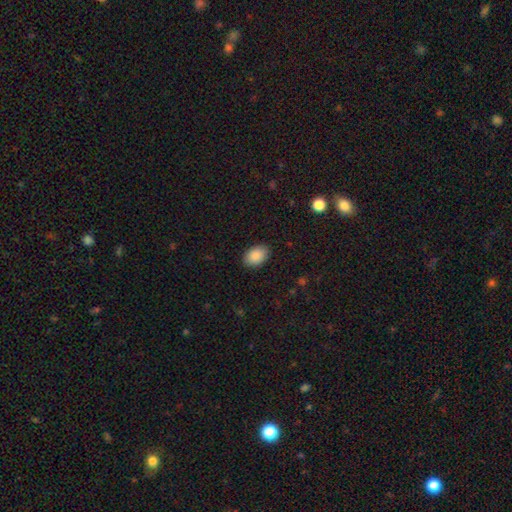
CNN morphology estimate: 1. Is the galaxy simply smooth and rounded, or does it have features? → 89% smooth, 7% star or artifact, 4% featured or disk.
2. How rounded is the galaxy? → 85% in between, 14% round, 1% cigar-shaped.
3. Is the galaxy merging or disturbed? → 88% none, 9% minor disturbance, 2% major disturbance, 1% merger.